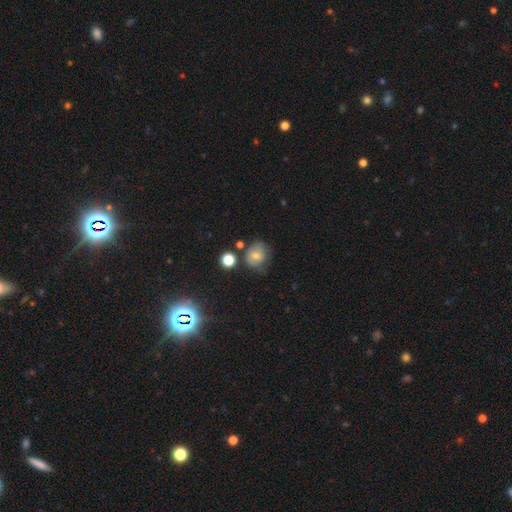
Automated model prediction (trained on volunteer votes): Smooth or featured? smooth (67%)
How rounded? round (70%)
Merging? none (54%)